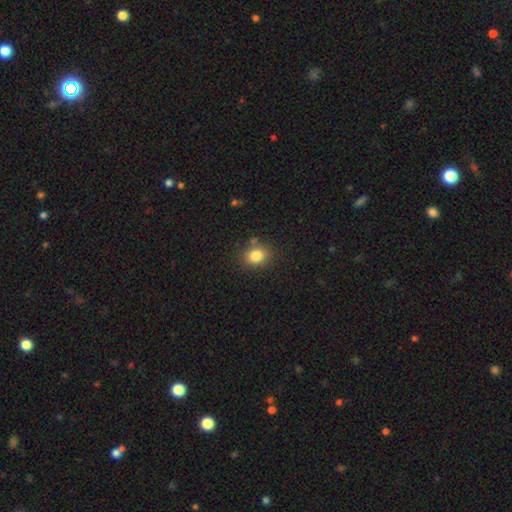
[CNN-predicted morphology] A smooth galaxy with no disk features (82%) that is round (61%).

Vote fractions:
- Smooth or featured? smooth: 82% / star or artifact: 11% / featured or disk: 6%
- How rounded? round: 61% / in between: 38% / cigar-shaped: 1%
- Merging? none: 79% / minor disturbance: 12% / merger: 5% / major disturbance: 3%